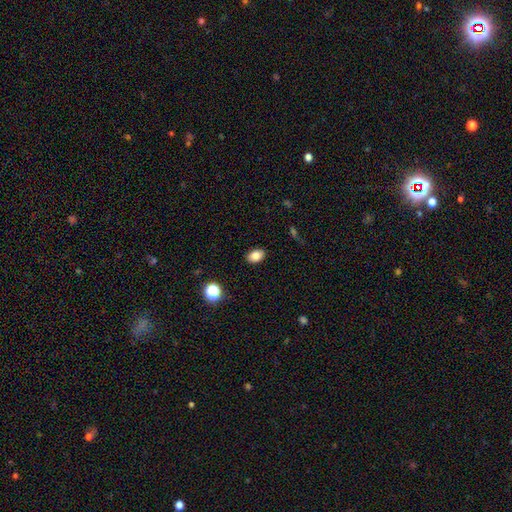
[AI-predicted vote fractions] Smooth or featured? smooth (83%)
How rounded? in between (80%)
Merging? none (88%)